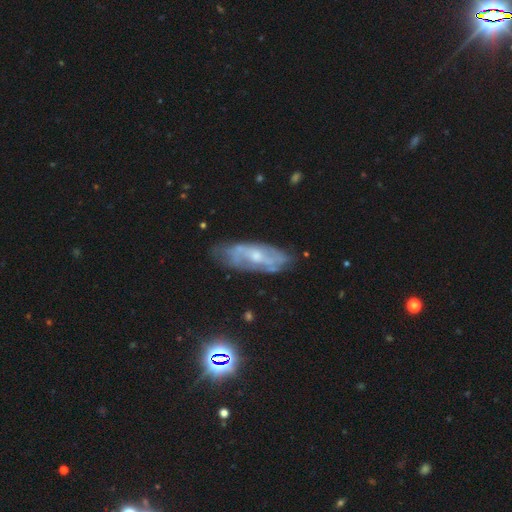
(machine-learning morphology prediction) Smooth or featured? Predicted: featured or disk (p=0.71). Edge-on disk? Predicted: no (p=0.85). Bar? Predicted: no (p=0.53). Spiral arms? Predicted: yes (p=0.79). Bulge size? Predicted: small (p=0.54). Merging? Predicted: none (p=0.71).